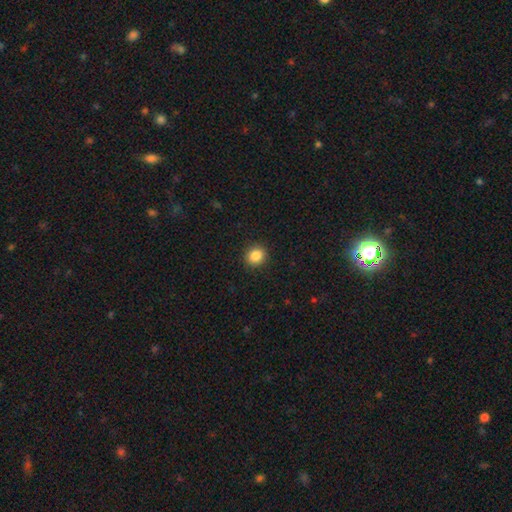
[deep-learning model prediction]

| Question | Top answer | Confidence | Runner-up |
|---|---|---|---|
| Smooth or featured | smooth | 86% | star or artifact (10%) |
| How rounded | round | 86% | in between (13%) |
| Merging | none | 91% | minor disturbance (6%) |